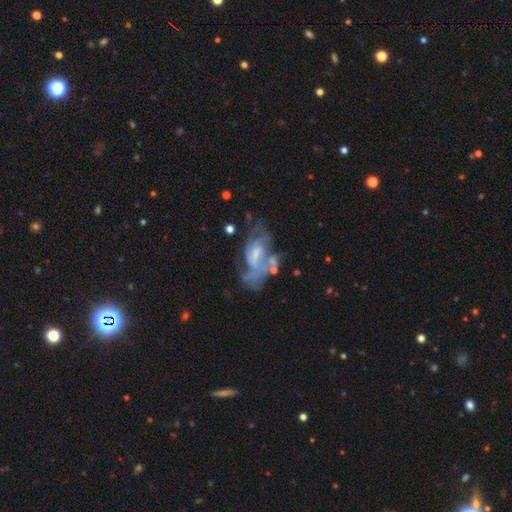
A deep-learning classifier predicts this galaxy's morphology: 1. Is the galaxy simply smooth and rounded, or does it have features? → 74% featured or disk, 18% smooth, 8% star or artifact.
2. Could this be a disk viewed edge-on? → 94% no, 6% yes.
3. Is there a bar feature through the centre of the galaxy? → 44% weak, 43% no, 13% strong.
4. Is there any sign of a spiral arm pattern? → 75% yes, 25% no.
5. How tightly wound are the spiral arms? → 42% medium, 29% tight, 29% loose.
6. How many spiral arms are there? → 38% can't tell, 31% 2, 12% 3, 12% 1, 5% 4, 3% more than 4.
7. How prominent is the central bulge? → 38% small (tied), 38% moderate (tied), 16% none, 7% large, 1% dominant.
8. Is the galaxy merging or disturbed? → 38% none, 30% major disturbance, 20% minor disturbance, 12% merger.